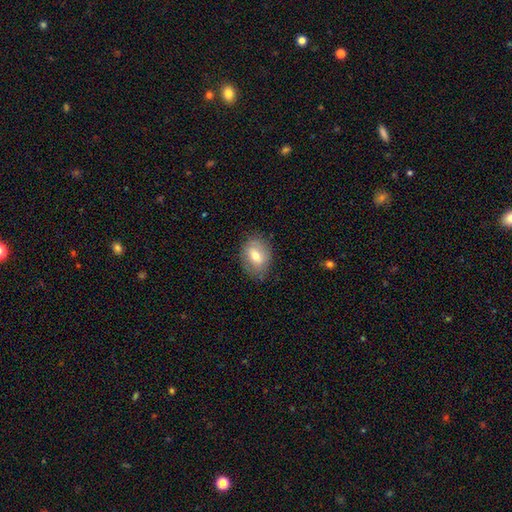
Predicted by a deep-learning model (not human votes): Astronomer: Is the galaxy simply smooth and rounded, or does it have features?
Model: smooth — 63%.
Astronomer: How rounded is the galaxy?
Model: in between — 73%.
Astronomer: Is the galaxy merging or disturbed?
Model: none — 76%.